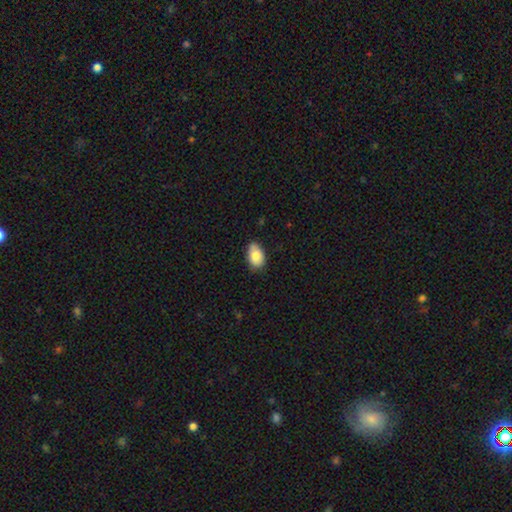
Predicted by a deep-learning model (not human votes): This appears to be a smooth galaxy with no disk features (82%) that is in between round and cigar-shaped (88%). Merging: none (71%).